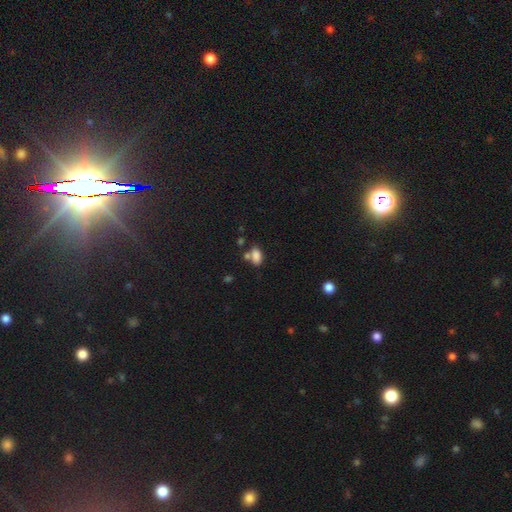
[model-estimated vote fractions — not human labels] The model was most divided on "merging": none: 51%, merger: 29%, minor disturbance: 15%, major disturbance: 5%. More confident: how rounded — in between (88%); smooth or featured — smooth (83%).